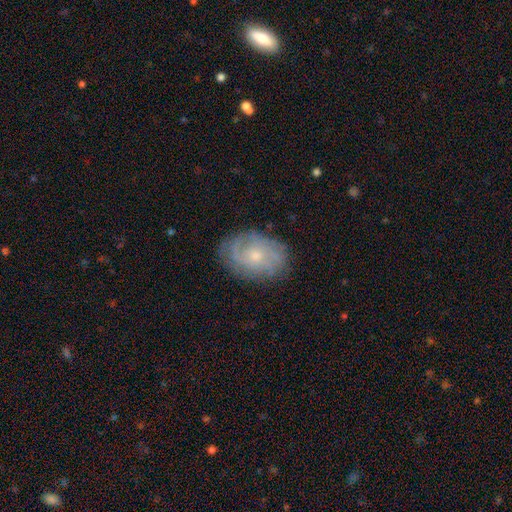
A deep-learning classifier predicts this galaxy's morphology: A featured or disk galaxy (67%) with no bar (79%), tight (56%) spiral arms (84%) and a small central bulge (65%).

Vote fractions:
- Smooth or featured? featured or disk: 67% / smooth: 26% / star or artifact: 7%
- Edge-on disk? no: 96% / yes: 4%
- Bar? no: 79% / weak: 18% / strong: 2%
- Spiral arms? yes: 84% / no: 16%
- Spiral winding? tight: 56% / medium: 32% / loose: 13%
- Spiral arm count? can't tell: 50% / 2: 20% / 3: 12% / 4: 7% / 1: 5% / more than 4: 5%
- Bulge size? small: 65% / moderate: 30% / none: 2% / large: 1% / dominant: 1%
- Merging? none: 77% / minor disturbance: 17% / major disturbance: 5% / merger: 1%